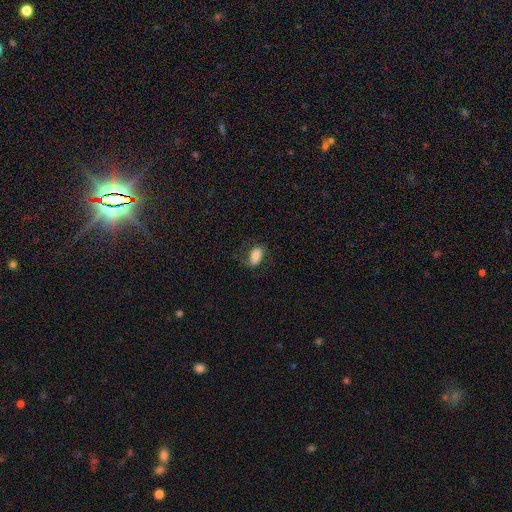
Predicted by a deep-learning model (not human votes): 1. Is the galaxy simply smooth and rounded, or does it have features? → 69% smooth, 22% featured or disk, 9% star or artifact.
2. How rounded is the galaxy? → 91% in between, 6% round, 3% cigar-shaped.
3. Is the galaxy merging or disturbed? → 62% none, 22% minor disturbance, 14% major disturbance, 1% merger.